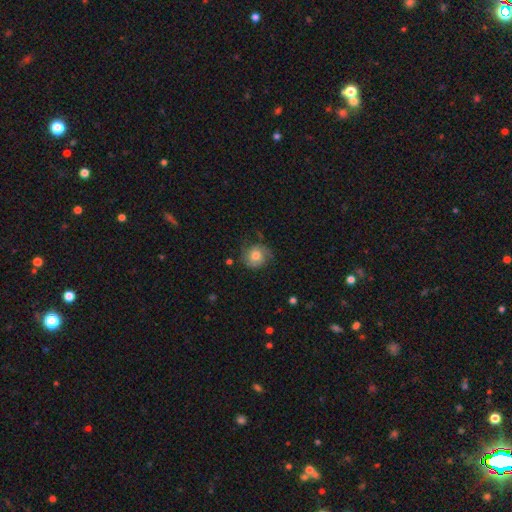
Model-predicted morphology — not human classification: A smooth galaxy with no disk features (59%) that is round (80%).

Vote fractions:
- Smooth or featured? smooth: 59% / featured or disk: 32% / star or artifact: 9%
- How rounded? round: 80% / in between: 19% / cigar-shaped: 1%
- Merging? none: 67% / minor disturbance: 23% / major disturbance: 8% / merger: 2%